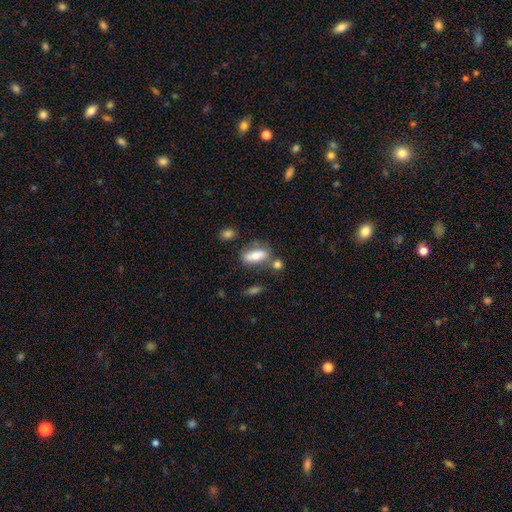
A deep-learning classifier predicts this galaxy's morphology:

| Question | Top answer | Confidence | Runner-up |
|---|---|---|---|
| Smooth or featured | smooth | 68% | featured or disk (24%) |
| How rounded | in between | 75% | cigar-shaped (20%) |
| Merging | none | 62% | minor disturbance (17%) |